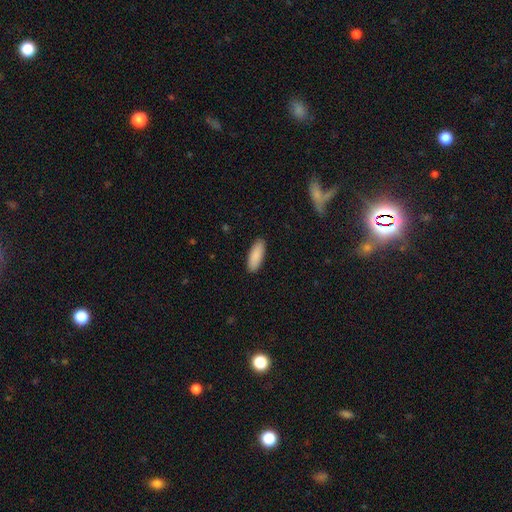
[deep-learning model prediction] Morphology: type=smooth (90%); roundness=in between (73%); merging=none (90%).